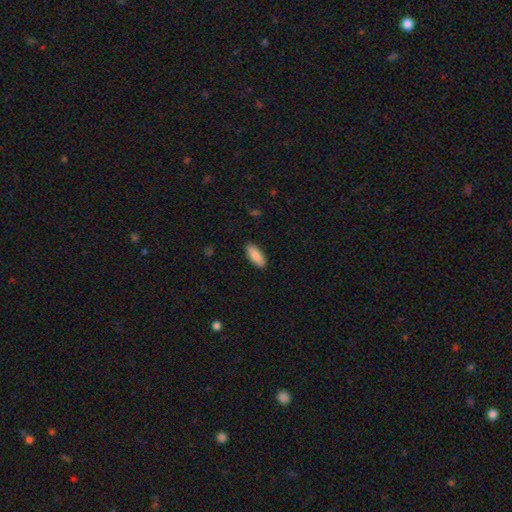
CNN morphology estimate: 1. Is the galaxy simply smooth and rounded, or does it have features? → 88% smooth, 6% featured or disk, 6% star or artifact.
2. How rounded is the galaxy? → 78% in between, 20% cigar-shaped, 2% round.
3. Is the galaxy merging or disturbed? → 89% none, 8% minor disturbance, 2% major disturbance, 1% merger.